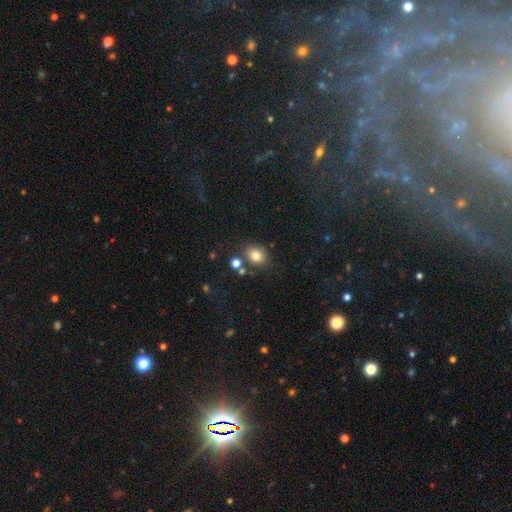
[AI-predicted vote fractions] This is likely a smooth galaxy (80%). How rounded: possibly in between (52%). Merging: likely none (73%).